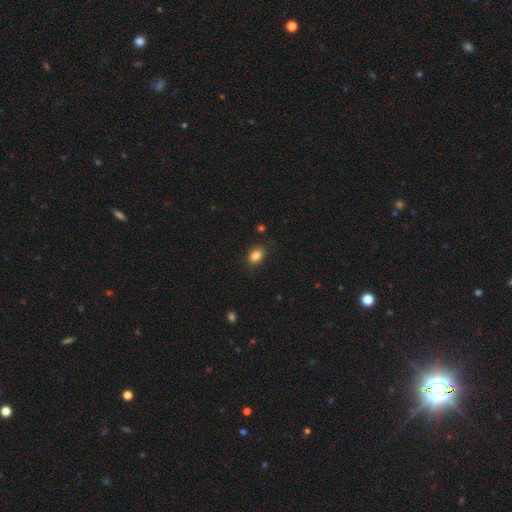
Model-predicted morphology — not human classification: Smooth or featured? smooth (85%)
How rounded? in between (75%)
Merging? none (85%)